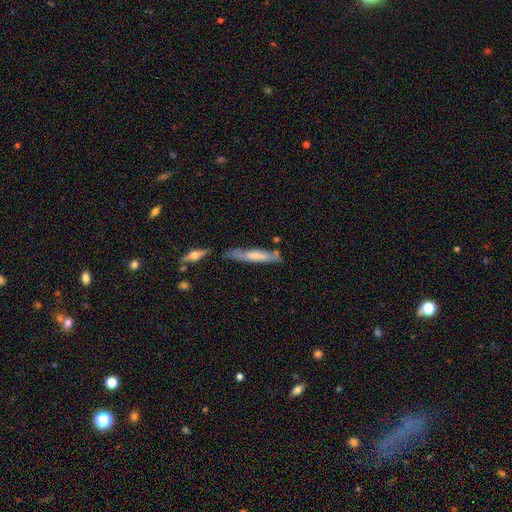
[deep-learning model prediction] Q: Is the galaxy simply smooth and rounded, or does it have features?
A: smooth — 51%.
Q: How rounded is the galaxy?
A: cigar-shaped — 87%.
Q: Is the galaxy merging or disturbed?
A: none — 65%.